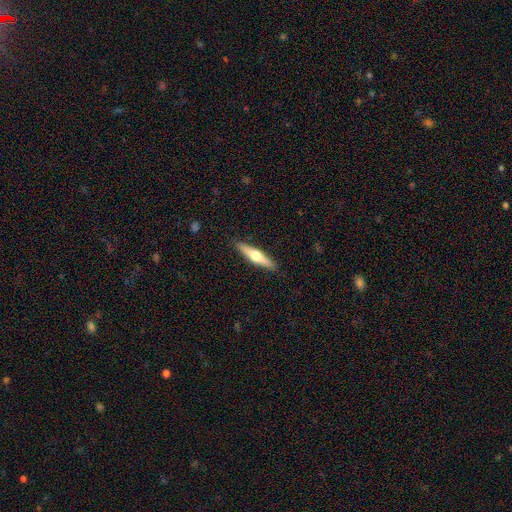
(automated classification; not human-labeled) Smooth or featured: featured or disk — 59% (smooth — 36%)
Edge-on disk: yes — 97% (no — 3%)
Edge-on bulge: rounded — 94% (boxy — 3%)
Merging: none — 90% (minor disturbance — 7%)